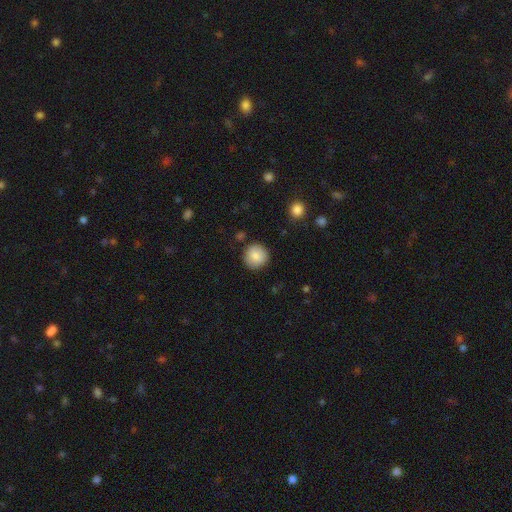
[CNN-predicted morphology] smooth-or-featured: smooth: 86% | star or artifact: 8% | featured or disk: 7%
  how-rounded: round: 94% | in between: 5% | cigar-shaped: 1%
  merging: none: 89% | minor disturbance: 7% | major disturbance: 2% | merger: 1%